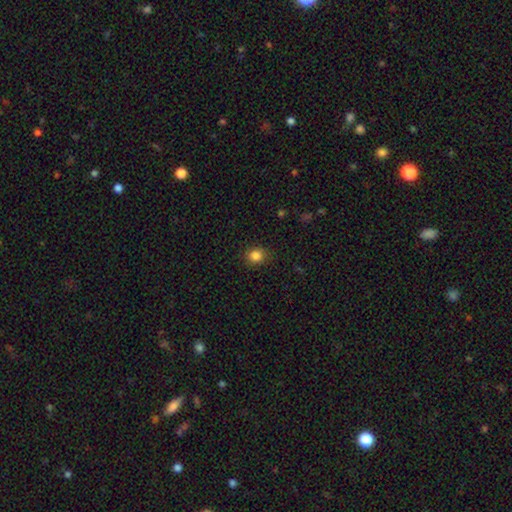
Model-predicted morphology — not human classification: smooth_or_featured: smooth (p=0.84) [alt: star or artifact p=0.12]
how_rounded: round (p=0.77) [alt: in between p=0.22]
merging: none (p=0.87) [alt: minor disturbance p=0.09]